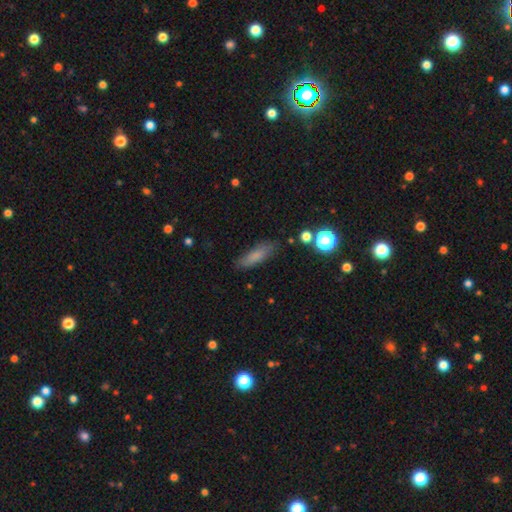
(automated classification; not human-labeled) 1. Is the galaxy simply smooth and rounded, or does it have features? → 76% smooth, 14% featured or disk, 10% star or artifact.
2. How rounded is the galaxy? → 58% cigar-shaped, 38% in between, 3% round.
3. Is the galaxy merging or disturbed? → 81% none, 13% minor disturbance, 4% major disturbance, 2% merger.